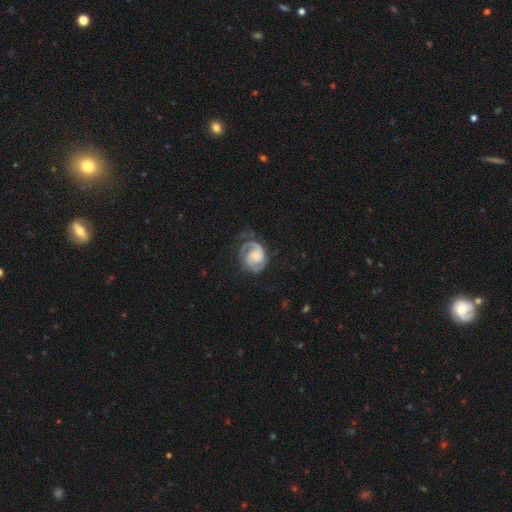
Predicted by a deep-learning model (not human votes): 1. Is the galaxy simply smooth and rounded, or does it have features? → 85% featured or disk, 9% smooth, 5% star or artifact.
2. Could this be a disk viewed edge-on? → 98% no, 2% yes.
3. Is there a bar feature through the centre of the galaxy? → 66% no, 28% weak, 6% strong.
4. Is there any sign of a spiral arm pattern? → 97% yes, 3% no.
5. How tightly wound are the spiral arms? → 53% tight, 37% medium, 10% loose.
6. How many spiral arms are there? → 75% 2, 11% 1, 6% can't tell, 5% 3, 2% 4, 2% more than 4.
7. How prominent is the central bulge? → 53% small, 31% moderate, 10% none, 4% large, 1% dominant.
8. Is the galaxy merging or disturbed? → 61% none, 22% minor disturbance, 15% major disturbance, 2% merger.